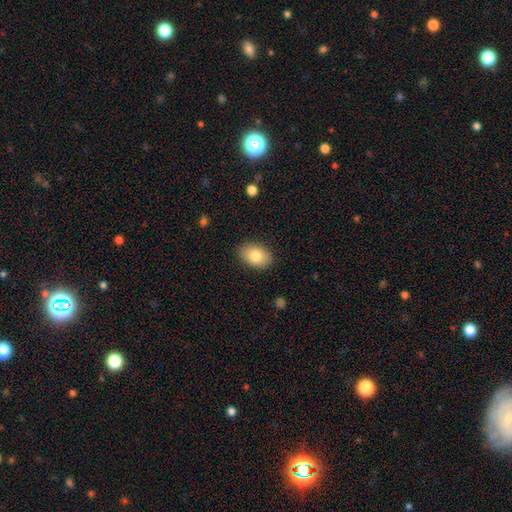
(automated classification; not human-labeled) A smooth galaxy with no disk features (82%) that is in between round and cigar-shaped (86%).

Vote fractions:
- Smooth or featured? smooth: 82% / featured or disk: 11% / star or artifact: 7%
- How rounded? in between: 86% / round: 13% / cigar-shaped: 1%
- Merging? none: 87% / minor disturbance: 10% / major disturbance: 2% / merger: 1%